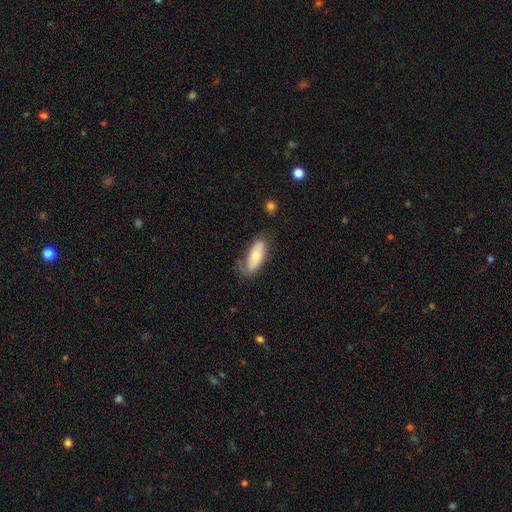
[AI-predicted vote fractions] This is likely a smooth galaxy (67%). How rounded: likely in between (79%). Merging: likely none (61%).